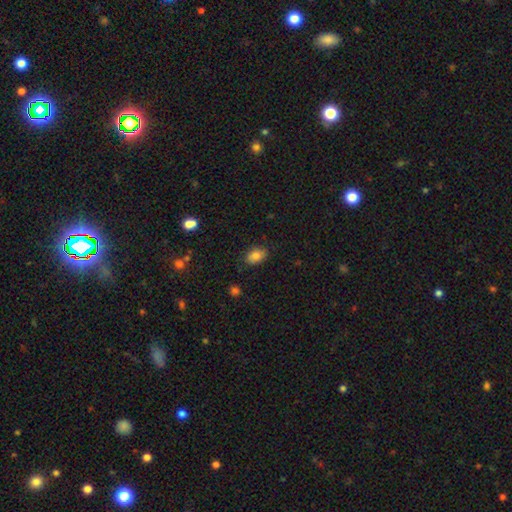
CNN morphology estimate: This is clearly a smooth galaxy (82%). How rounded: likely in between (80%). Merging: clearly none (82%).